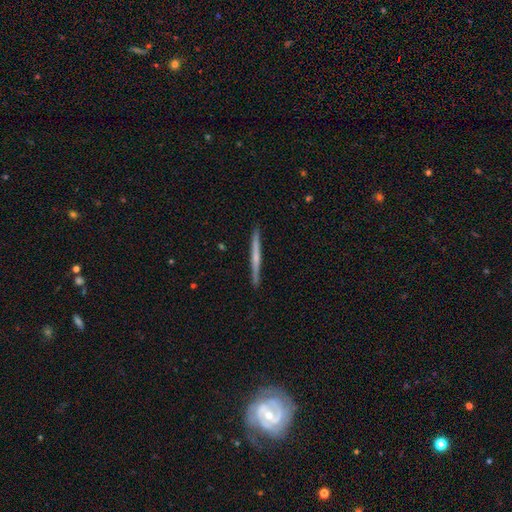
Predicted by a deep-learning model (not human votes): The model was most divided on "smooth or featured": featured or disk: 52%, smooth: 43%, star or artifact: 6%. More confident: edge-on disk — yes (98%); merging — none (92%); edge-on bulge — none (73%).